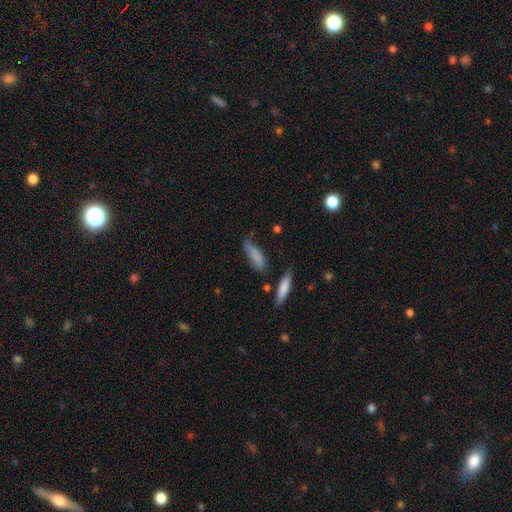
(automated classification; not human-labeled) Q: Smooth or featured?
A: smooth (76%); runner-up: featured or disk (16%)
Q: How rounded?
A: cigar-shaped (61%); runner-up: in between (36%)
Q: Merging?
A: none (47%); runner-up: minor disturbance (34%)